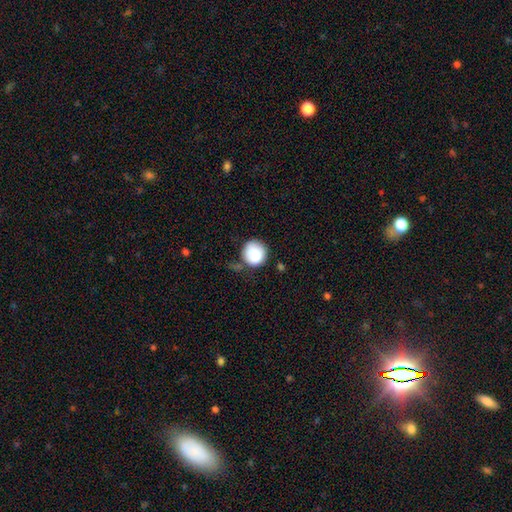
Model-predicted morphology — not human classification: smooth_or_featured: smooth (p=0.85) [alt: star or artifact p=0.08]
how_rounded: round (p=0.90) [alt: in between p=0.09]
merging: none (p=0.58) [alt: minor disturbance p=0.26]